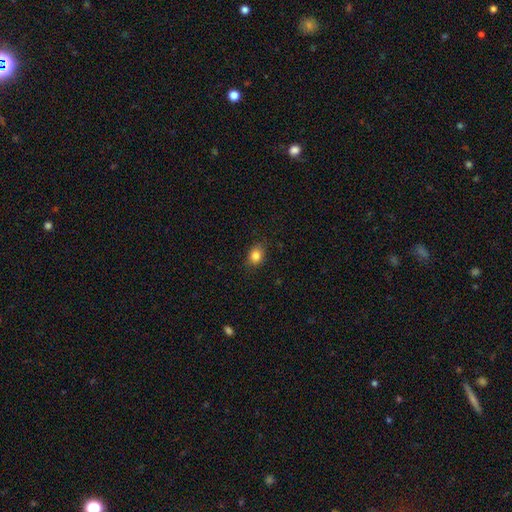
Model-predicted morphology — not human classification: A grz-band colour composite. It shows a smooth galaxy with no disk features (84%) that is in between round and cigar-shaped (55%). Merging: none (84%).